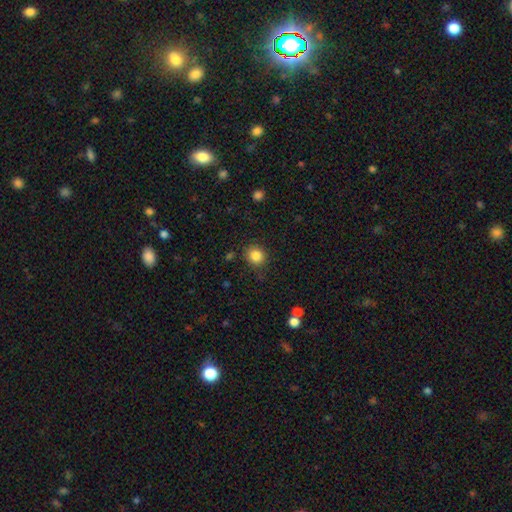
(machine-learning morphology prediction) Q: Smooth or featured?
A: smooth (85%); runner-up: star or artifact (11%)
Q: How rounded?
A: round (87%); runner-up: in between (12%)
Q: Merging?
A: none (86%); runner-up: minor disturbance (9%)